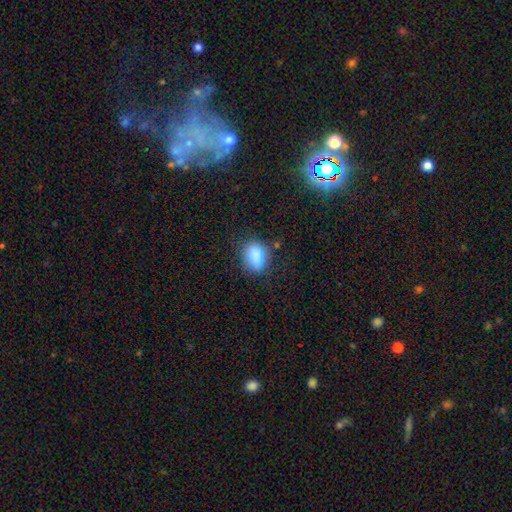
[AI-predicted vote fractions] smooth-or-featured: smooth: 84% | star or artifact: 9% | featured or disk: 7%
  how-rounded: in between: 70% | round: 28% | cigar-shaped: 2%
  merging: none: 67% | minor disturbance: 22% | major disturbance: 7% | merger: 3%